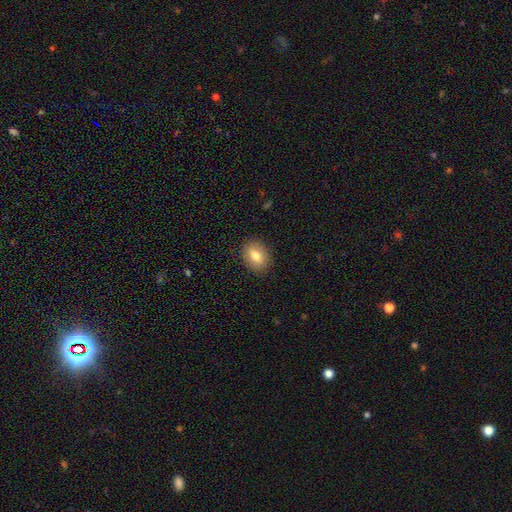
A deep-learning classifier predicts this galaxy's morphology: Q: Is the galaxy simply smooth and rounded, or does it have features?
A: smooth — 77%.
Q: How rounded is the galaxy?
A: in between — 62%.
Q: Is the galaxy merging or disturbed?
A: none — 89%.